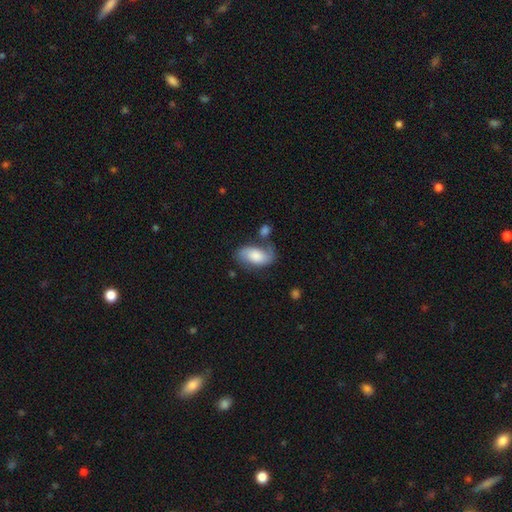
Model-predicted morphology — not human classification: A smooth galaxy with no disk features (49%). Merging: none (56%).